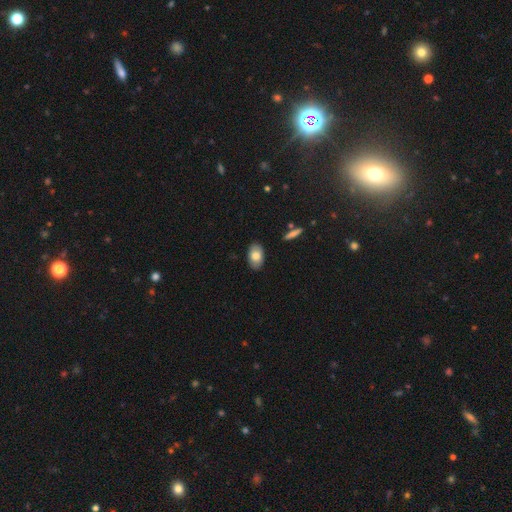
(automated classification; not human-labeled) A smooth galaxy with no disk features (79%) that is in between round and cigar-shaped (92%).

Vote fractions:
- Smooth or featured? smooth: 79% / featured or disk: 15% / star or artifact: 7%
- How rounded? in between: 92% / round: 6% / cigar-shaped: 2%
- Merging? none: 87% / minor disturbance: 10% / major disturbance: 2% / merger: 1%